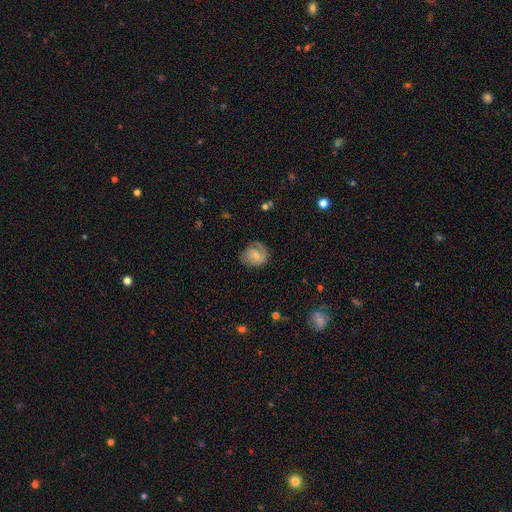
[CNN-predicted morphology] Smooth or featured?
  - featured or disk: 58% *
  - smooth: 35%
  - star or artifact: 7%
Edge-on disk?
  - no: 97% *
  - yes: 3%
Bar?
  - no: 49% *
  - weak: 42%
  - strong: 9%
Spiral arms?
  - yes: 86% *
  - no: 14%
Bulge size?
  - small: 52% *
  - moderate: 40%
  - none: 4%
  - large: 2%
  - dominant: 1%
Merging?
  - none: 67% *
  - minor disturbance: 22%
  - major disturbance: 10%
  - merger: 1%